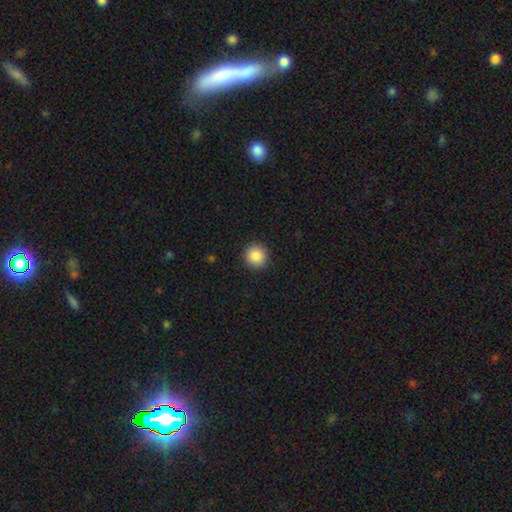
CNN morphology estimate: Smooth or featured? Predicted: smooth (p=0.87). How rounded? Predicted: round (p=0.94). Merging? Predicted: none (p=0.92).